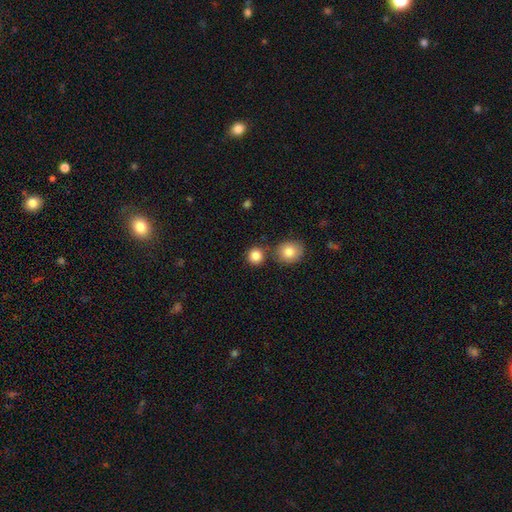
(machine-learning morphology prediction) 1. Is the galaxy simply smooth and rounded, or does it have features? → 86% smooth, 10% star or artifact, 4% featured or disk.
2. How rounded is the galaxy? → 90% round, 9% in between, 1% cigar-shaped.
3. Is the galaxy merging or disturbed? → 76% none, 13% merger, 8% minor disturbance, 3% major disturbance.